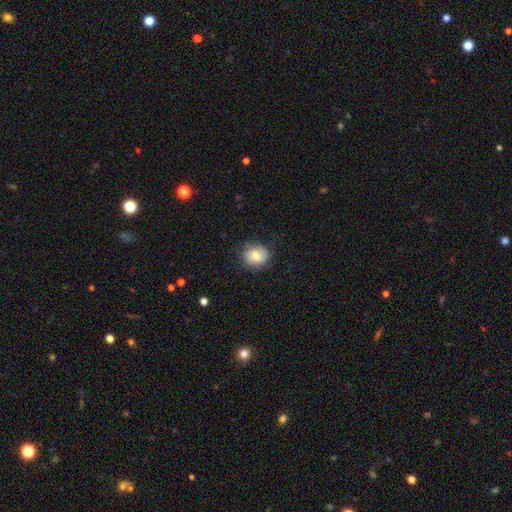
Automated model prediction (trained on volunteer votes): Smooth or featured: smooth — 76% (featured or disk — 16%)
How rounded: round — 68% (in between — 32%)
Merging: none — 72% (minor disturbance — 21%)